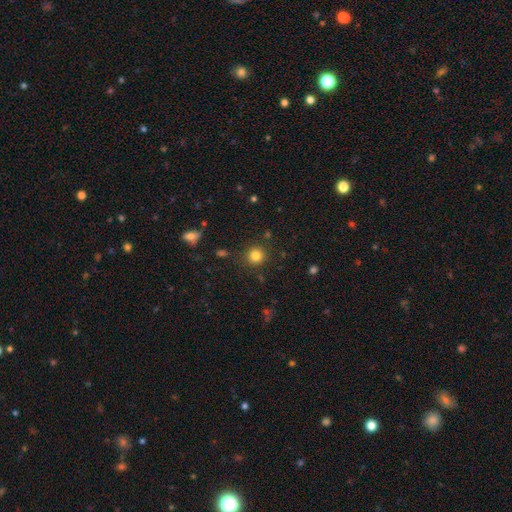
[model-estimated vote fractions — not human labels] Q: Smooth or featured?
A: smooth (82%); runner-up: star or artifact (13%)
Q: How rounded?
A: round (93%); runner-up: in between (6%)
Q: Merging?
A: none (88%); runner-up: minor disturbance (7%)